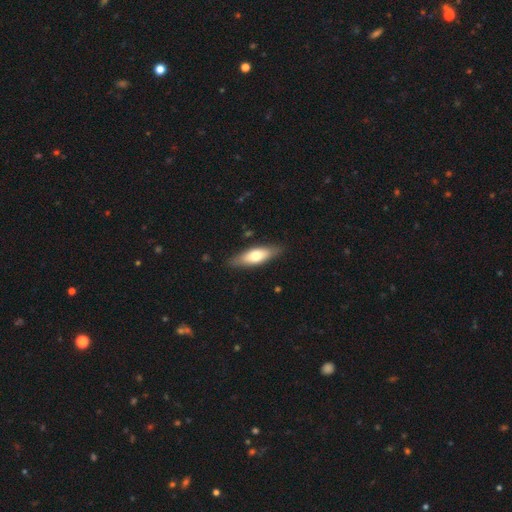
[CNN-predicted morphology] smooth_or_featured: smooth (p=0.61) [alt: featured or disk p=0.33]
how_rounded: in between (p=0.57) [alt: cigar-shaped p=0.40]
merging: none (p=0.85) [alt: minor disturbance p=0.12]